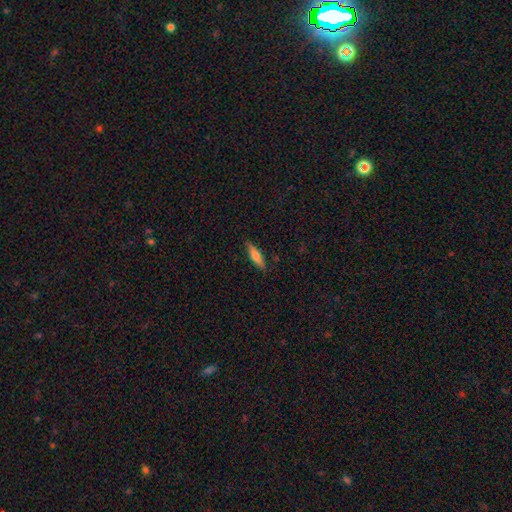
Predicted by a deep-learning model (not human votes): Smooth or featured: smooth — 71% (featured or disk — 23%)
How rounded: cigar-shaped — 65% (in between — 33%)
Merging: none — 85% (minor disturbance — 11%)